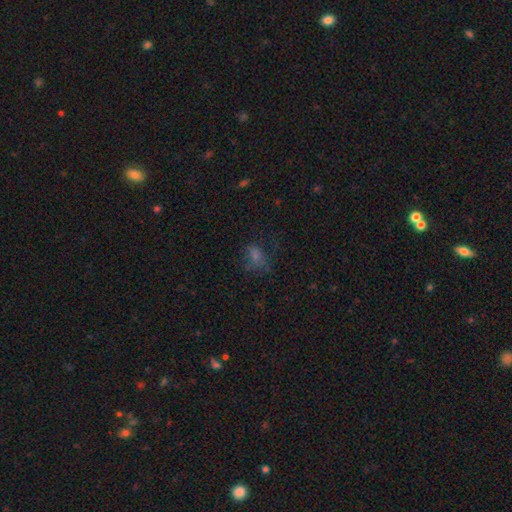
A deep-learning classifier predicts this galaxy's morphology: A smooth galaxy with no disk features (54%) that is in between round and cigar-shaped (61%).

Vote fractions:
- Smooth or featured? smooth: 54% / star or artifact: 28% / featured or disk: 17%
- How rounded? in between: 61% / round: 37% / cigar-shaped: 3%
- Merging? none: 54% / minor disturbance: 22% / major disturbance: 22% / merger: 3%